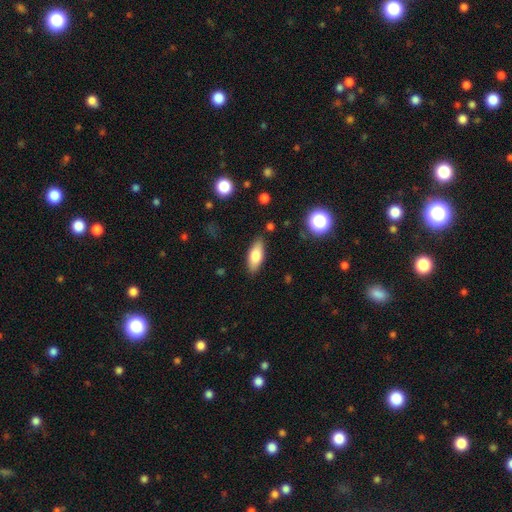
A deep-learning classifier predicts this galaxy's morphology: Smooth or featured: smooth — 75% (featured or disk — 18%)
How rounded: in between — 78% (cigar-shaped — 19%)
Merging: none — 85% (minor disturbance — 11%)